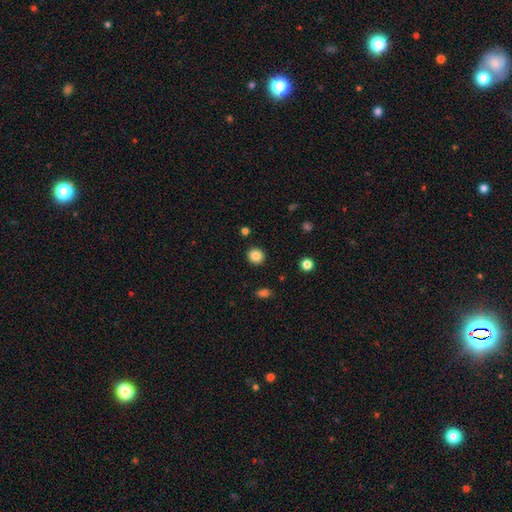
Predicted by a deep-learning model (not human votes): Smooth or featured: smooth — 85% (star or artifact — 10%)
How rounded: round — 88% (in between — 11%)
Merging: none — 91% (minor disturbance — 6%)